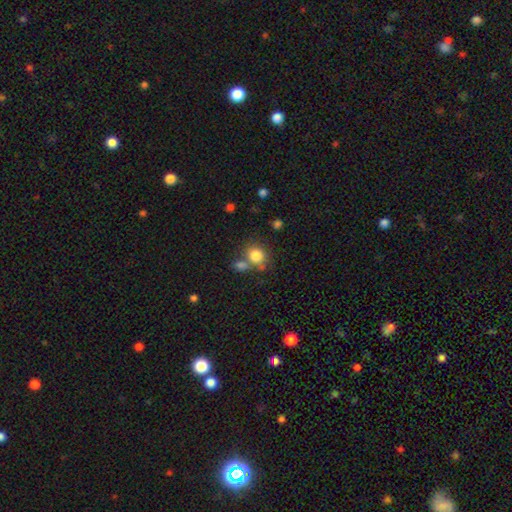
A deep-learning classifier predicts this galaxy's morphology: Smooth or featured?
  - smooth: 82% *
  - star or artifact: 10%
  - featured or disk: 7%
How rounded?
  - round: 80% *
  - in between: 19%
  - cigar-shaped: 1%
Merging?
  - none: 56% *
  - merger: 28%
  - minor disturbance: 11%
  - major disturbance: 5%